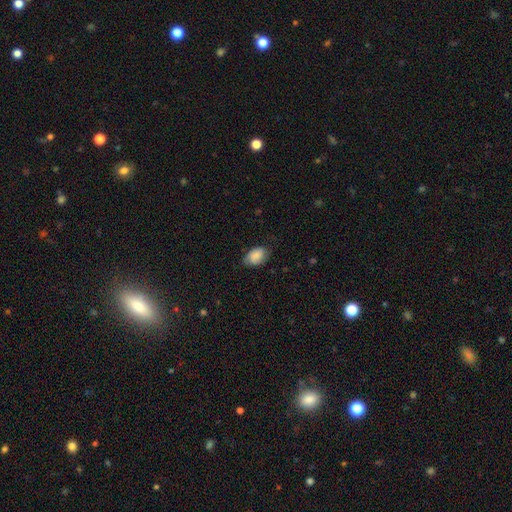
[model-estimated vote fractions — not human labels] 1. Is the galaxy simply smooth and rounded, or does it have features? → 78% smooth, 15% featured or disk, 8% star or artifact.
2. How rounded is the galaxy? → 87% in between, 12% round, 1% cigar-shaped.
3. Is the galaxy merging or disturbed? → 64% none, 28% minor disturbance, 7% major disturbance, 1% merger.